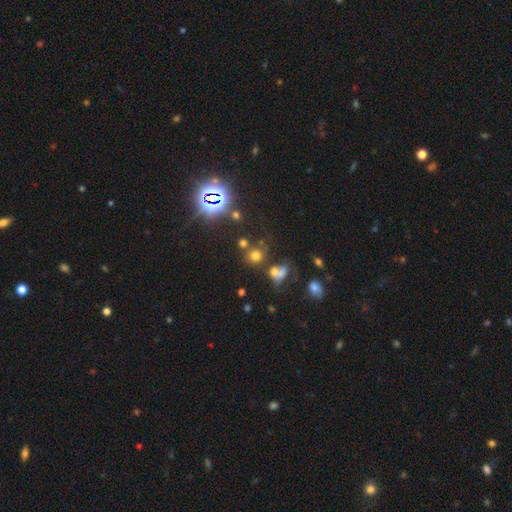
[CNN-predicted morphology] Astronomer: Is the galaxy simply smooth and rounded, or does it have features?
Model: smooth — 62%.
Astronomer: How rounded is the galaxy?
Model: round — 84%.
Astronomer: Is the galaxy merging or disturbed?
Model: none — 62%.